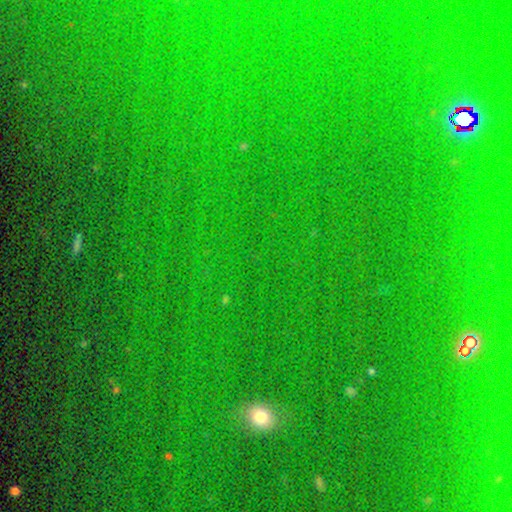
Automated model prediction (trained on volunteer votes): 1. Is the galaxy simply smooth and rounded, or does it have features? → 71% star or artifact, 20% smooth, 9% featured or disk.